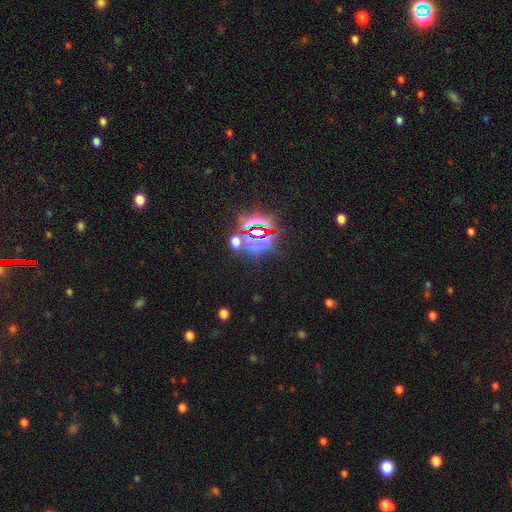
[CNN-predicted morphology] Overall: star or artifact (84%).